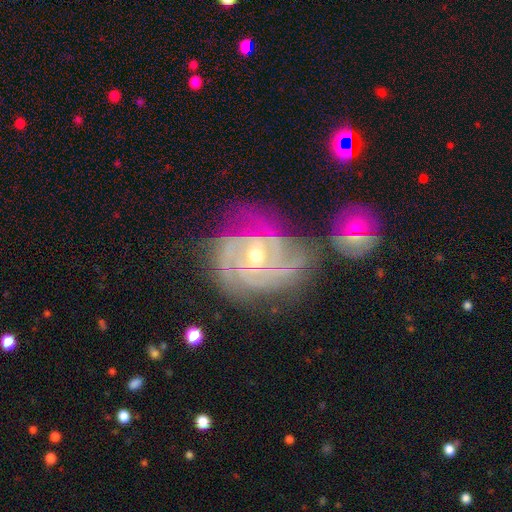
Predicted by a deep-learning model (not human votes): Smooth or featured? featured or disk (89%)
Edge-on disk? no (97%)
Bar? no (49%)
Spiral arms? yes (97%)
Spiral winding? tight (71%)
Spiral arm count? 3 (32%)
Bulge size? moderate (59%)
Merging? none (51%)